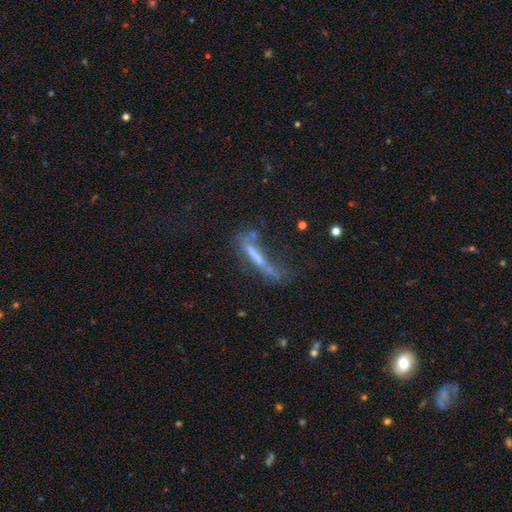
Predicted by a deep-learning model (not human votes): featured or disk 44%, smooth 42%, star or artifact 13%. Down the decision tree: merging — none (37%).